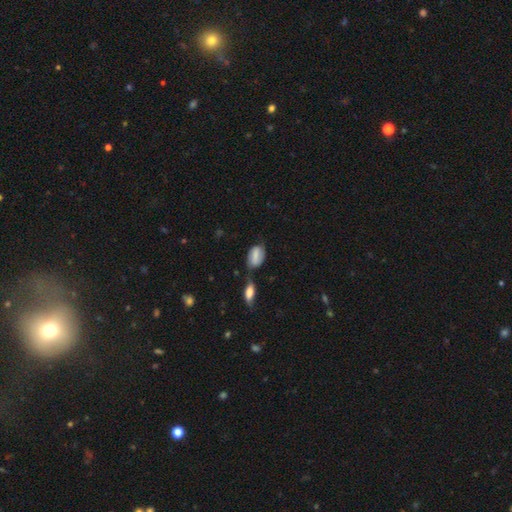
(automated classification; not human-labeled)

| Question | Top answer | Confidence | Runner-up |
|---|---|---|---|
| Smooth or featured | smooth | 63% | featured or disk (29%) |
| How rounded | in between | 85% | round (11%) |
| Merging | none | 50% | minor disturbance (22%) |